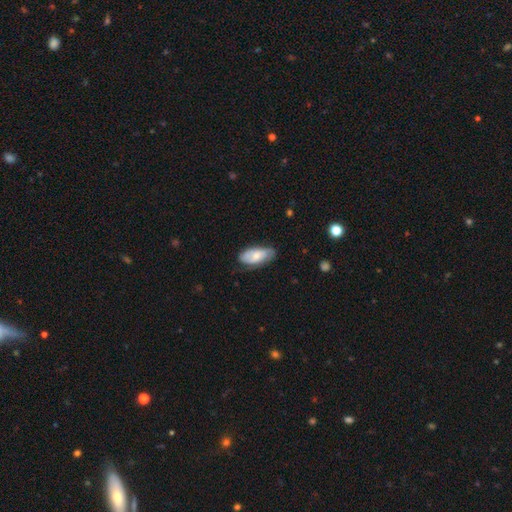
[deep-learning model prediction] Q: Smooth or featured?
A: smooth (53%); runner-up: featured or disk (41%)
Q: How rounded?
A: in between (89%); runner-up: cigar-shaped (8%)
Q: Merging?
A: none (67%); runner-up: minor disturbance (26%)